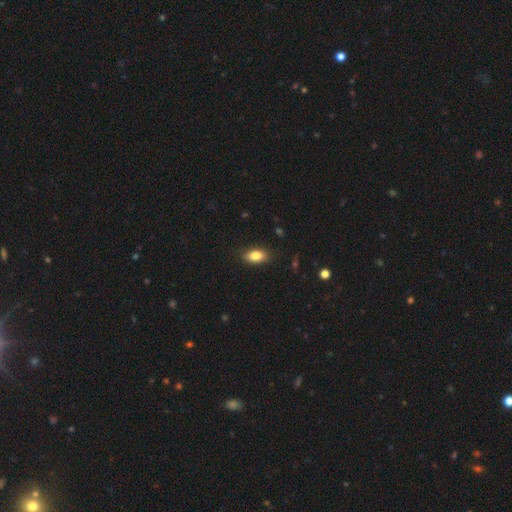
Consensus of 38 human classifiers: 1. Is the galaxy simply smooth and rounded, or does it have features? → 97% smooth, 3% featured or disk, 0% star or artifact.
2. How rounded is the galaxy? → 92% in between, 8% round, 0% cigar-shaped.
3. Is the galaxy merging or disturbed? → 84% none, 13% minor disturbance, 3% merger, 0% major disturbance.